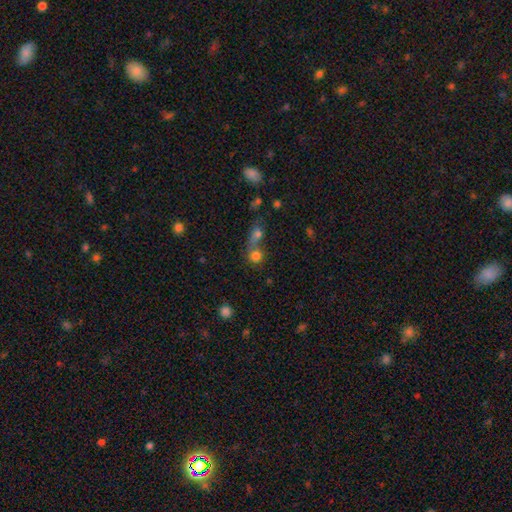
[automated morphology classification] Smooth or featured: smooth — 74% (star or artifact — 15%)
How rounded: round — 79% (in between — 19%)
Merging: merger — 55% (none — 33%)